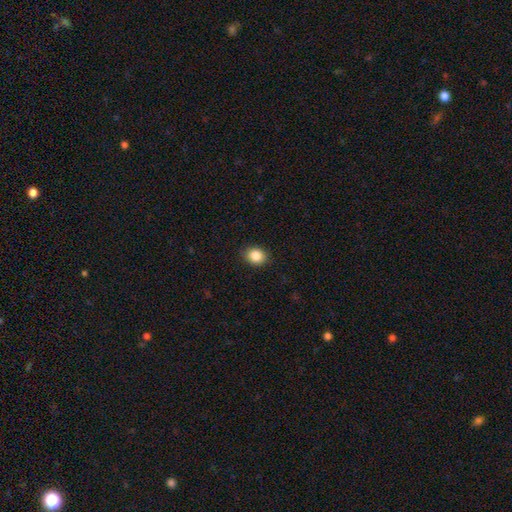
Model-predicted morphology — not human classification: This is clearly a smooth galaxy (86%). How rounded: possibly round (53%). Merging: clearly none (89%).